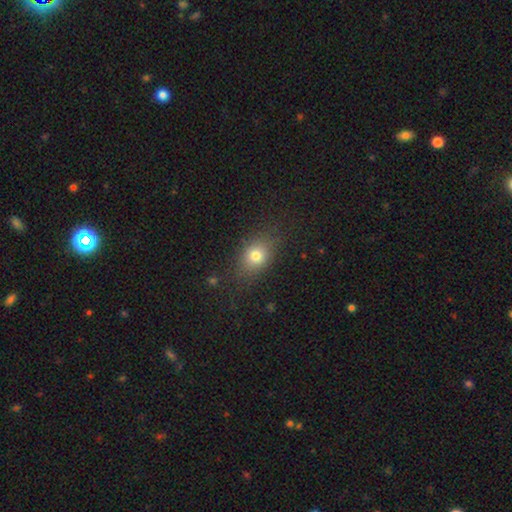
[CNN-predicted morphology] This appears to be a smooth galaxy with no disk features (76%) that is in between round and cigar-shaped (57%). Merging: none (77%).